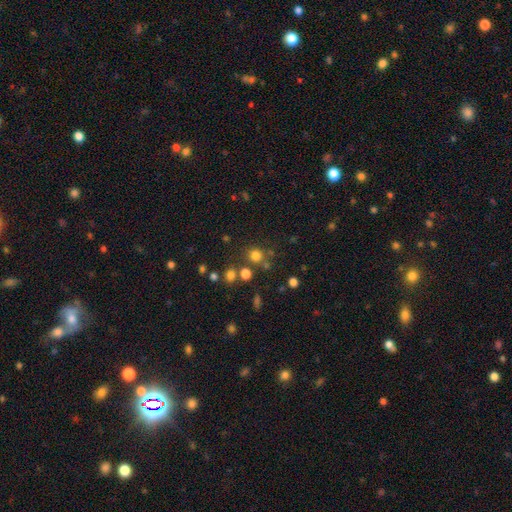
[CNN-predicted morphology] Q: Smooth or featured?
A: smooth (74%); runner-up: star or artifact (19%)
Q: How rounded?
A: round (87%); runner-up: in between (12%)
Q: Merging?
A: none (72%); runner-up: merger (15%)